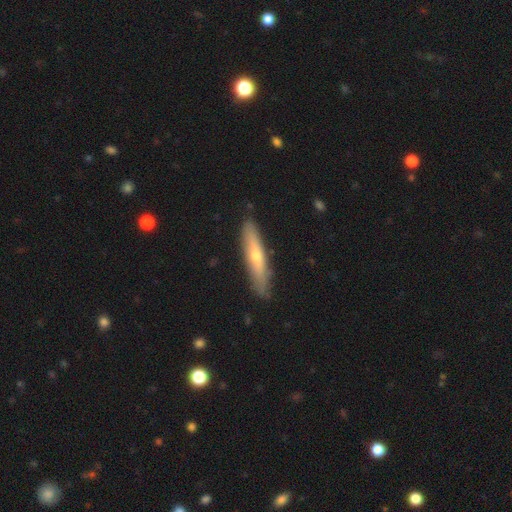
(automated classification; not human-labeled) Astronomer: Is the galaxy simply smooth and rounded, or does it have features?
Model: smooth — 51% (runner-up: featured or disk, 43%).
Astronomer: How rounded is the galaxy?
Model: cigar-shaped — 86%.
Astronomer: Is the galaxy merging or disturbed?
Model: none — 84%.